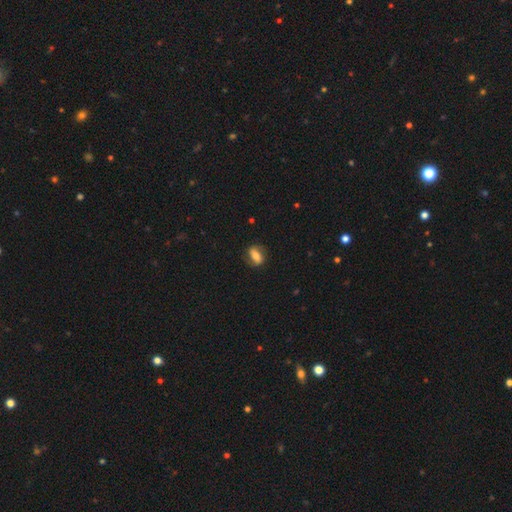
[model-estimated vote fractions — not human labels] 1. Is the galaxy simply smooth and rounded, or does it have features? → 51% smooth, 41% featured or disk, 8% star or artifact.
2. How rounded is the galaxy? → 75% in between, 17% round, 8% cigar-shaped.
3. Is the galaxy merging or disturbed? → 79% none, 15% minor disturbance, 5% major disturbance, 1% merger.